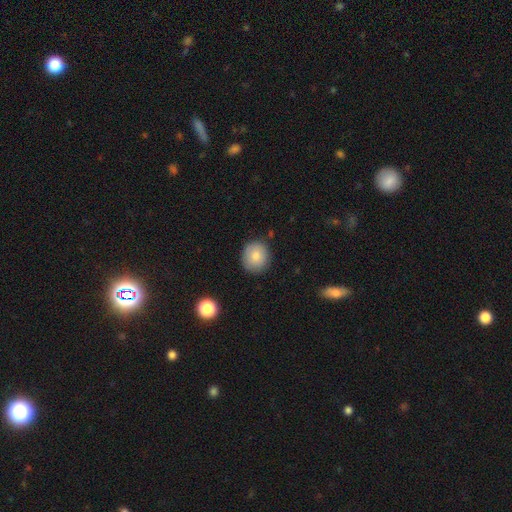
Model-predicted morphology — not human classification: This is clearly a smooth galaxy (80%). How rounded: clearly round (82%). Merging: clearly none (84%).